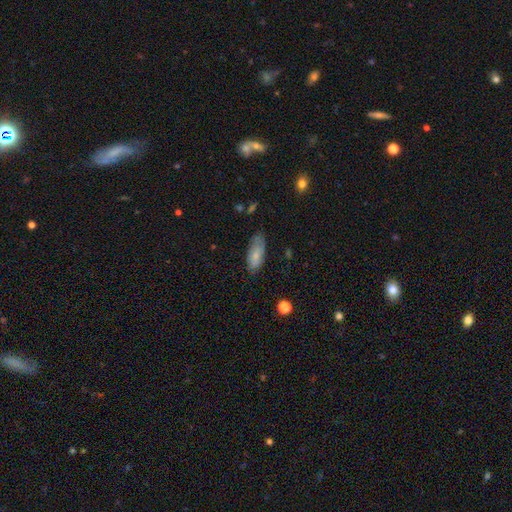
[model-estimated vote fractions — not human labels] This appears to be a smooth galaxy with no disk features (73%) that is in between round and cigar-shaped (82%). Merging: none (62%).